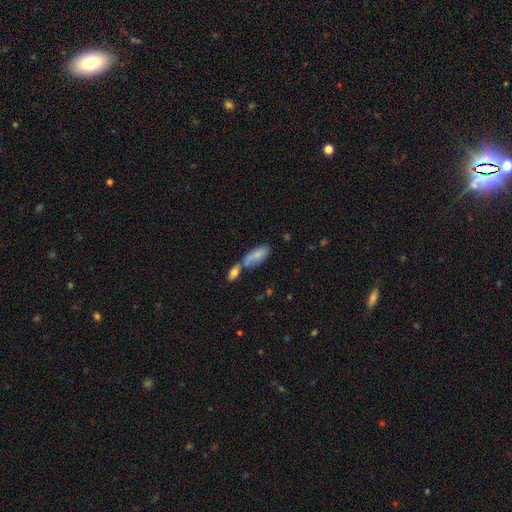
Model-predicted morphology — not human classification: The model was most divided on "merging": merger: 44%, none: 34%, minor disturbance: 16%, major disturbance: 6%. More confident: how rounded — in between (82%); smooth or featured — smooth (76%).